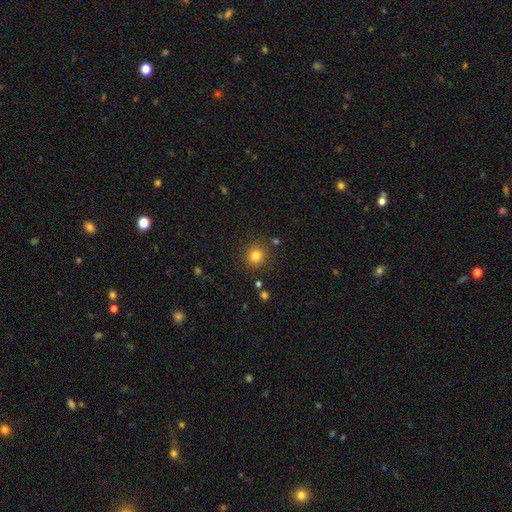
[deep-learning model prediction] Morphology: type=smooth (82%); roundness=round (92%); merging=none (86%).